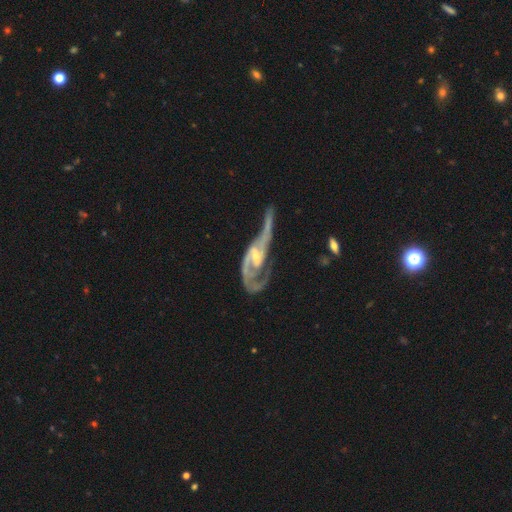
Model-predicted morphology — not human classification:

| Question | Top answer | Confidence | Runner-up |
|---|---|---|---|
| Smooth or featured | featured or disk | 86% | smooth (8%) |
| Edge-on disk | no | 91% | yes (9%) |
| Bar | weak | 42% | no (39%) |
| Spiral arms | yes | 89% | no (11%) |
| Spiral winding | loose | 41% | medium (39%) |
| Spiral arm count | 2 | 68% | can't tell (12%) |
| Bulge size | small | 50% | moderate (40%) |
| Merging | major disturbance | 42% | none (23%) |